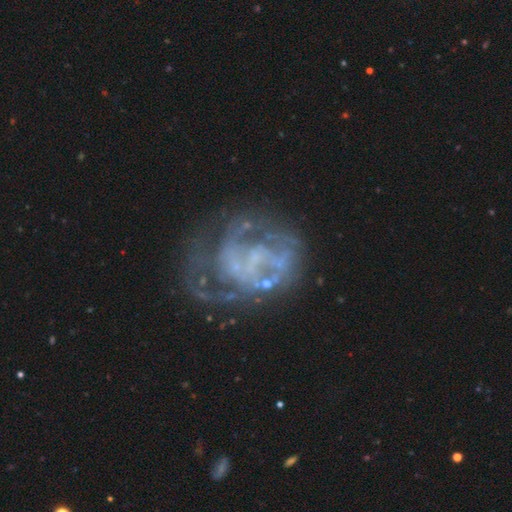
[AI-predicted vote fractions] smooth-or-featured: featured or disk: 79% | smooth: 11% | star or artifact: 10%
  disk-edge-on: no: 98% | yes: 2%
    bar: no: 66% | weak: 26% | strong: 9%
    has-spiral-arms: yes: 58% | no: 42%
    bulge-size: none: 60% | small: 28% | moderate: 9% | large: 2% | dominant: 1%
  merging: none: 43% | major disturbance: 35% | minor disturbance: 18% | merger: 5%